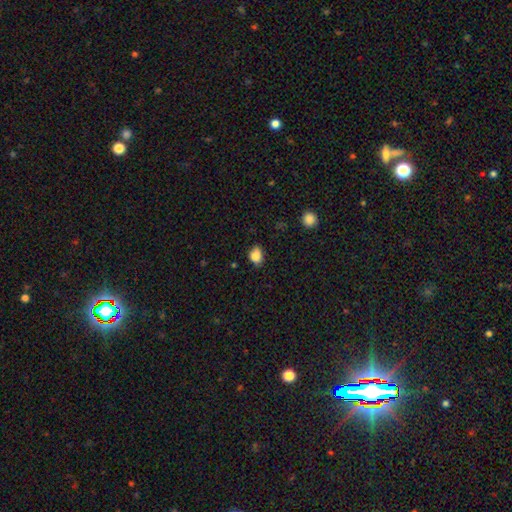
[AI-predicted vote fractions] Smooth or featured? Predicted: smooth (p=0.86). How rounded? Predicted: in between (p=0.68). Merging? Predicted: none (p=0.73).